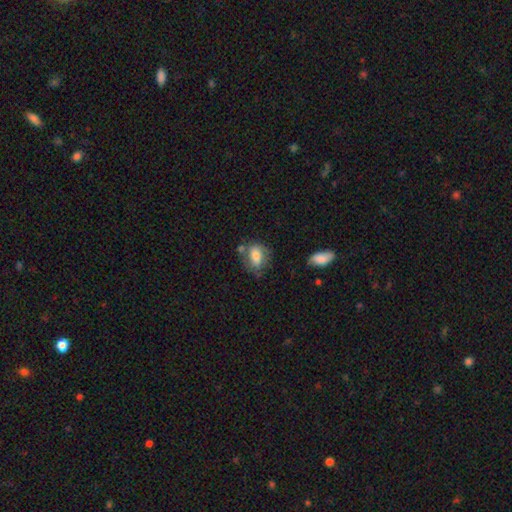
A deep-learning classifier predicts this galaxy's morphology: Overall: smooth (73%). How rounded: in between (75%). Merging: none (49%; minor disturbance 27%).